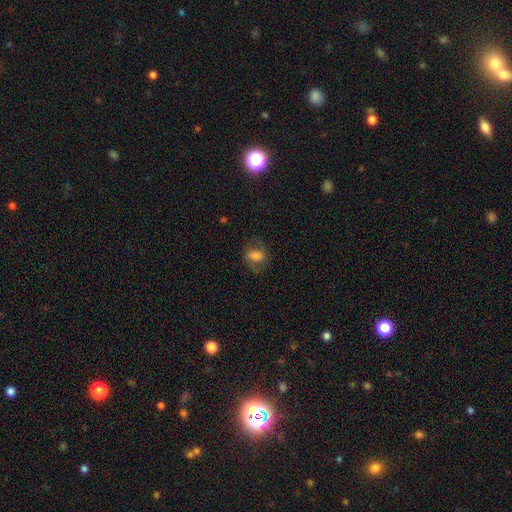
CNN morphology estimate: Smooth or featured?
  - smooth: 62% *
  - featured or disk: 27%
  - star or artifact: 10%
How rounded?
  - in between: 69% *
  - round: 28%
  - cigar-shaped: 2%
Merging?
  - none: 67% *
  - minor disturbance: 18%
  - major disturbance: 13%
  - merger: 1%